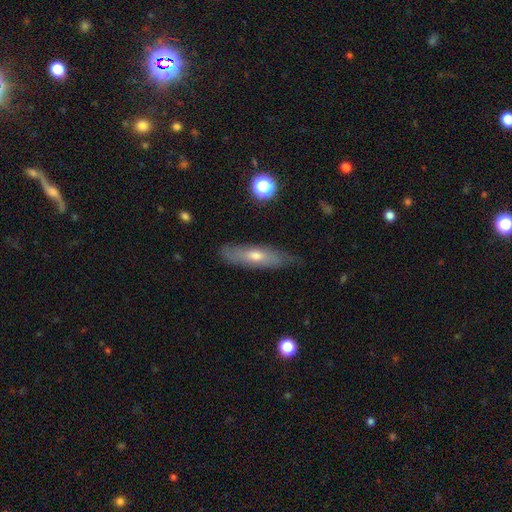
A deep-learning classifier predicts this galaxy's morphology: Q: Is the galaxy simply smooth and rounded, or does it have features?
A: featured or disk — 49%.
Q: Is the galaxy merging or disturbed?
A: none — 80%.